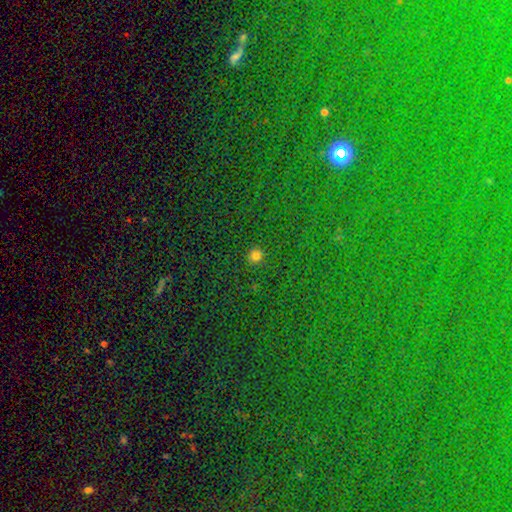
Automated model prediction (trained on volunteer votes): smooth 75%, star or artifact 20%, featured or disk 5%. Down the decision tree: how rounded — round (89%); merging — none (88%).